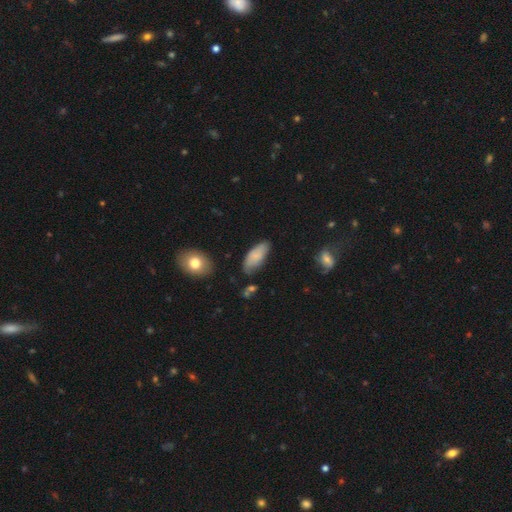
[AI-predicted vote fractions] smooth-or-featured: smooth: 77% | featured or disk: 16% | star or artifact: 7%
  how-rounded: in between: 87% | cigar-shaped: 11% | round: 2%
  merging: none: 63% | minor disturbance: 28% | major disturbance: 6% | merger: 3%